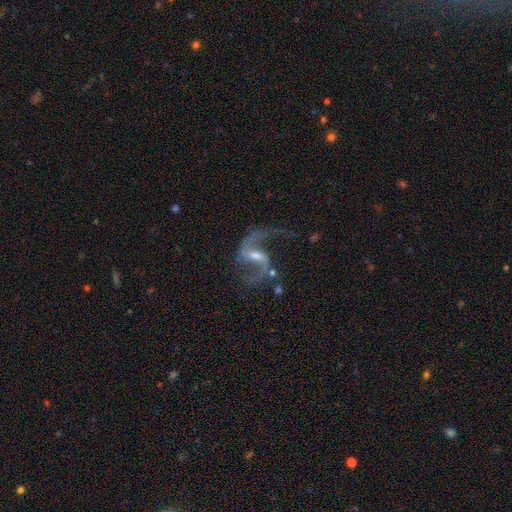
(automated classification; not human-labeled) Q: Smooth or featured?
A: featured or disk (92%); runner-up: star or artifact (5%)
Q: Edge-on disk?
A: no (98%); runner-up: yes (2%)
Q: Bar?
A: weak (51%); runner-up: strong (30%)
Q: Spiral arms?
A: yes (98%); runner-up: no (2%)
Q: Spiral winding?
A: loose (61%); runner-up: medium (34%)
Q: Spiral arm count?
A: 2 (93%); runner-up: 1 (2%)
Q: Bulge size?
A: moderate (51%); runner-up: small (41%)
Q: Merging?
A: none (69%); runner-up: minor disturbance (16%)